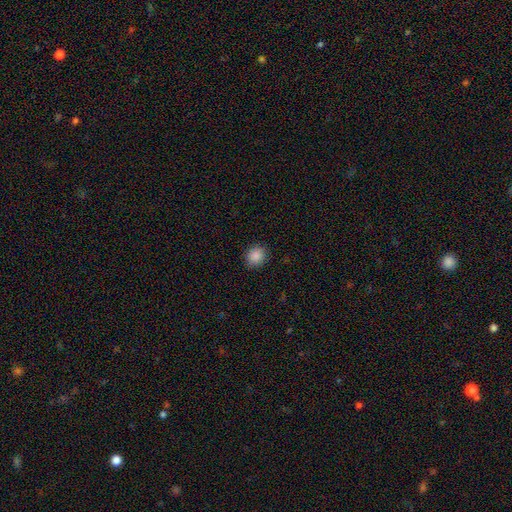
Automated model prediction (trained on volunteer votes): Smooth or featured: smooth — 88% (star or artifact — 9%)
How rounded: round — 69% (in between — 30%)
Merging: none — 89% (minor disturbance — 8%)